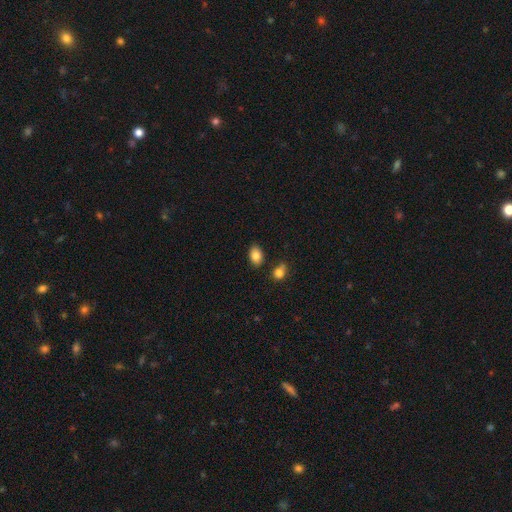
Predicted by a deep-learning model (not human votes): Smooth or featured? smooth (85%)
How rounded? in between (84%)
Merging? none (80%)